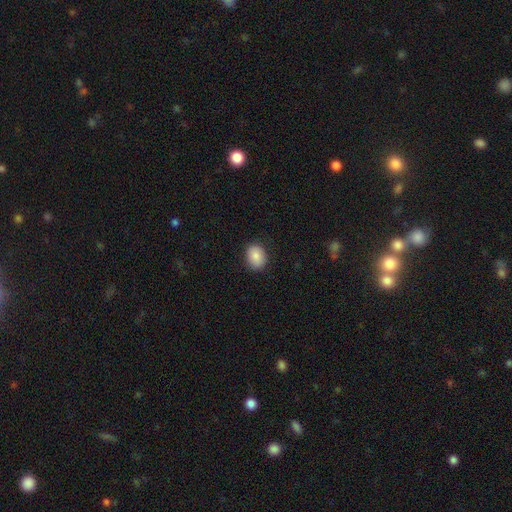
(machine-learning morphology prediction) This is clearly a smooth galaxy (86%). How rounded: likely in between (60%). Merging: clearly none (87%).